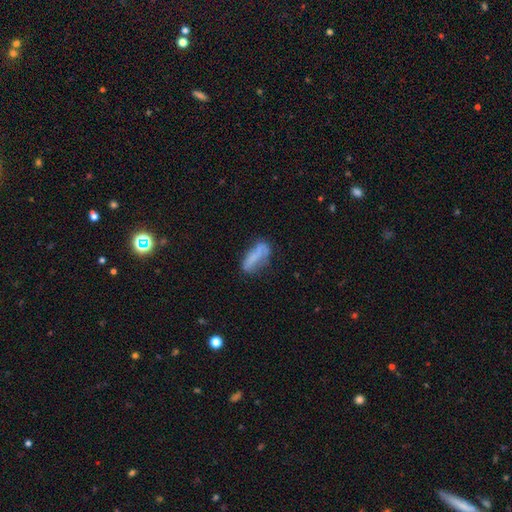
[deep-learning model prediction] Smooth or featured: smooth — 63% (featured or disk — 28%)
How rounded: in between — 61% (cigar-shaped — 37%)
Merging: none — 51% (minor disturbance — 29%)